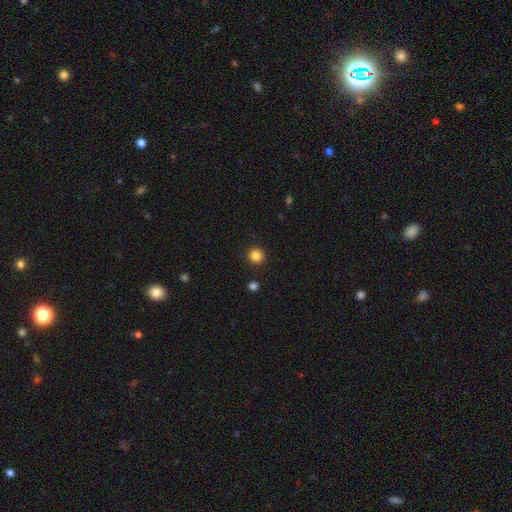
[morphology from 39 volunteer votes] A smooth galaxy with no disk features (87%) that is round (97%). Merging: none (94%).